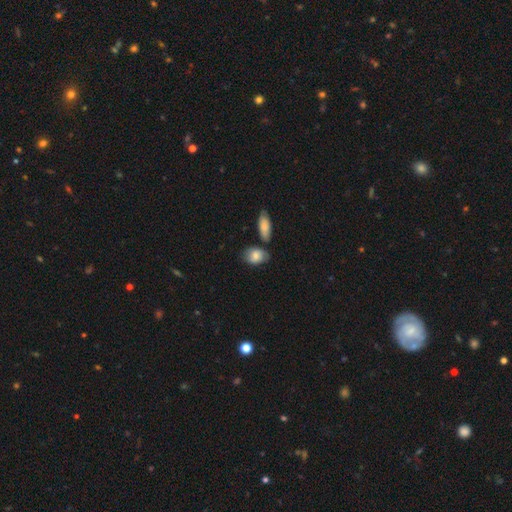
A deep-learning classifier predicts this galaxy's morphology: A smooth galaxy with no disk features (75%) that is in between round and cigar-shaped (78%). Merging: none (56%).